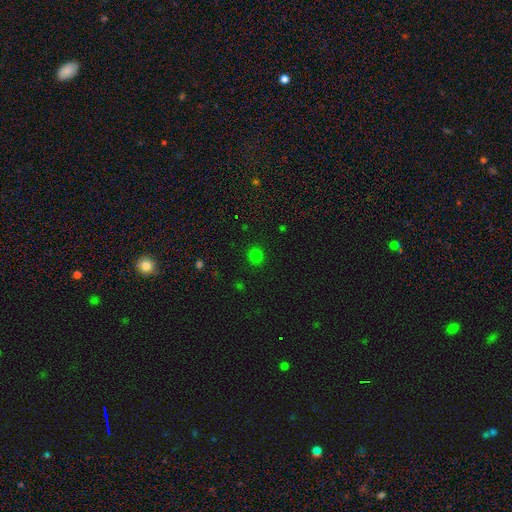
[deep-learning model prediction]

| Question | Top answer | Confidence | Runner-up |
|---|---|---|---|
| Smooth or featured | smooth | 79% | star or artifact (18%) |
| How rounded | round | 88% | in between (11%) |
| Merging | none | 90% | minor disturbance (6%) |